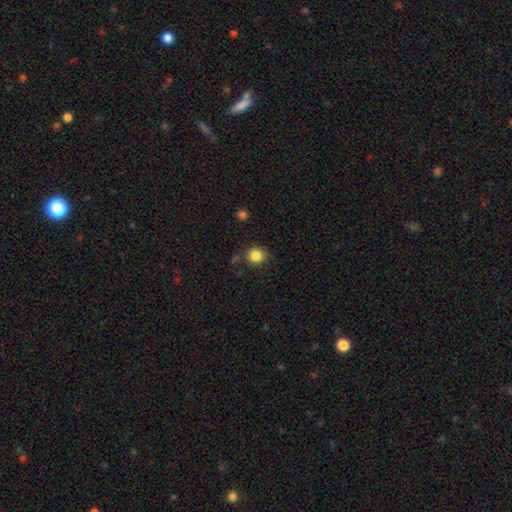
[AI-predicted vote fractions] Morphology: type=smooth (85%); roundness=round (86%); merging=none (80%).